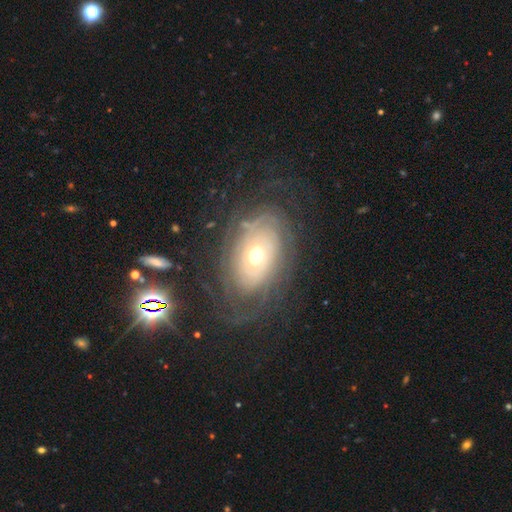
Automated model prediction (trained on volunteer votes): A featured or disk galaxy (83%) with no bar (77%), tight (78%) spiral arms (88%) and a moderate central bulge (70%).

Vote fractions:
- Smooth or featured? featured or disk: 83% / smooth: 10% / star or artifact: 7%
- Edge-on disk? no: 95% / yes: 5%
- Bar? no: 77% / weak: 17% / strong: 6%
- Spiral arms? yes: 88% / no: 12%
- Spiral winding? tight: 78% / medium: 16% / loose: 6%
- Spiral arm count? can't tell: 49% / 2: 15% / 3: 10% / more than 4: 10% / 4: 9% / 1: 6%
- Bulge size? moderate: 70% / small: 20% / large: 8% / dominant: 1% / none: 1%
- Merging? none: 71% / minor disturbance: 15% / major disturbance: 12% / merger: 2%